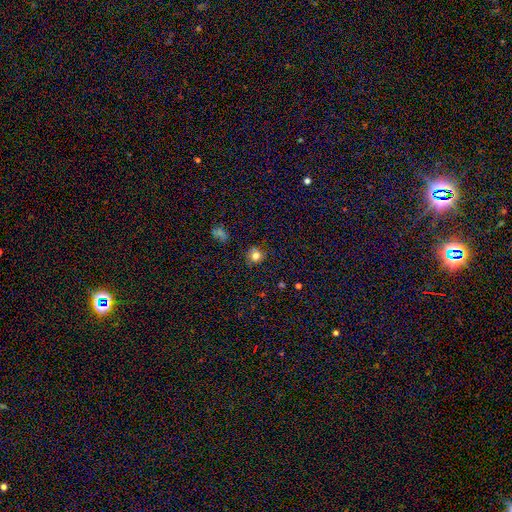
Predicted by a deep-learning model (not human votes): This appears to be a smooth galaxy with no disk features (78%) that is round (86%). Merging: none (83%).